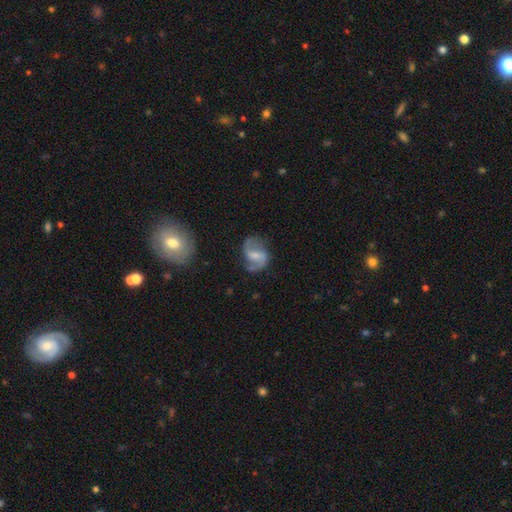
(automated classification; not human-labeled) Overall: featured or disk (78%). Edge-on disk: no (98%). Bar: weak (54%; strong 25%). Spiral arms: yes (93%). Spiral arm count: 2 (89%). Spiral winding: loose (48%; medium 42%). Bulge size: small (41%; moderate 37%). Merging: none (66%).